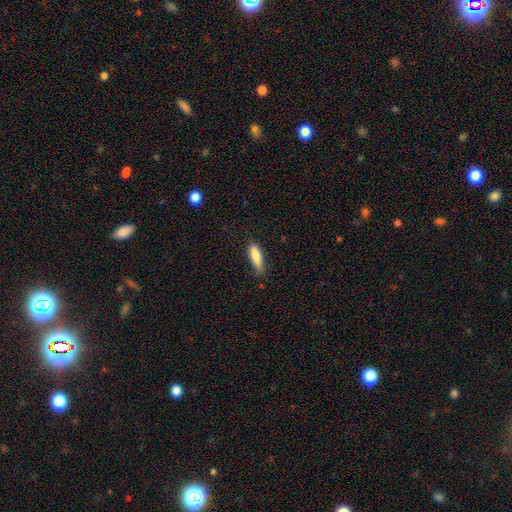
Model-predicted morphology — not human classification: smooth_or_featured: smooth (p=0.84) [alt: featured or disk p=0.09]
how_rounded: cigar-shaped (p=0.64) [alt: in between p=0.34]
merging: none (p=0.72) [alt: minor disturbance p=0.22]